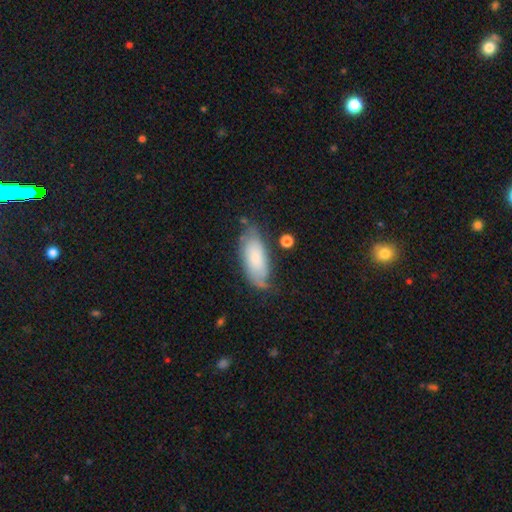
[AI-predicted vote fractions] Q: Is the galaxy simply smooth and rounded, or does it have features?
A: smooth — 64%.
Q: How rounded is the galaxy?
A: in between — 84%.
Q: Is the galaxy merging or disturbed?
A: none — 60%.